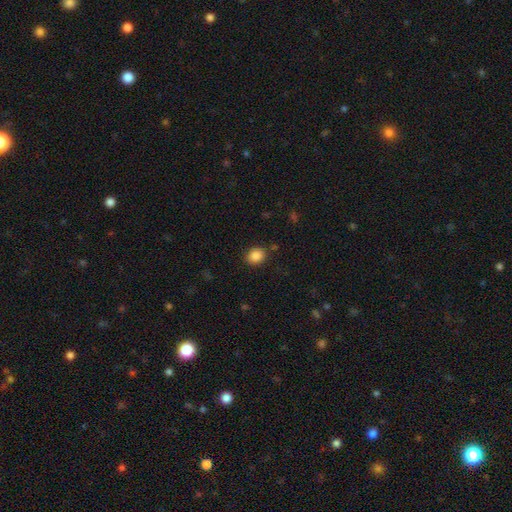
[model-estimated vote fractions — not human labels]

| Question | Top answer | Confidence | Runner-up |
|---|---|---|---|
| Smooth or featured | smooth | 87% | star or artifact (9%) |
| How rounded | round | 59% | in between (40%) |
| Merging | none | 86% | minor disturbance (9%) |